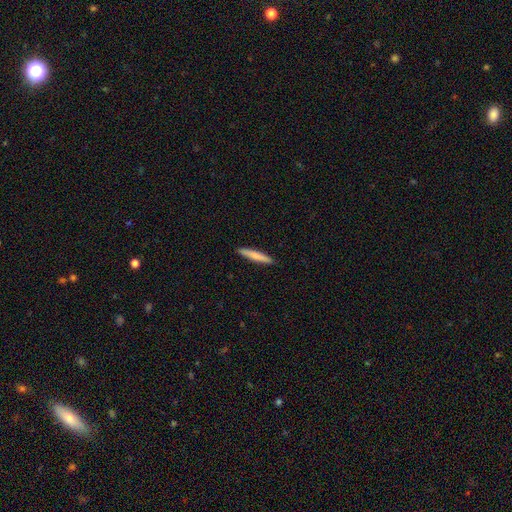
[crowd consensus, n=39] Q: Smooth or featured?
A: smooth (77%); runner-up: featured or disk (18%)
Q: How rounded?
A: cigar-shaped (93%); runner-up: in between (7%)
Q: Merging?
A: none (89%); runner-up: minor disturbance (8%)